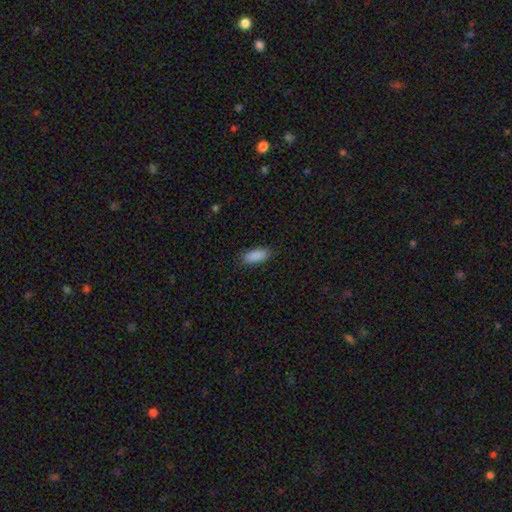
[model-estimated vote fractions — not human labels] Smooth or featured? Predicted: smooth (p=0.90). How rounded? Predicted: in between (p=0.82). Merging? Predicted: none (p=0.86).